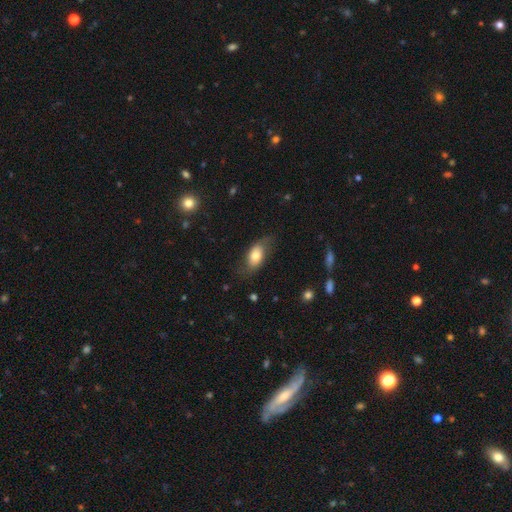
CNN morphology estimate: Overall: smooth (67%). How rounded: in between (89%). Merging: none (62%; minor disturbance 25%).